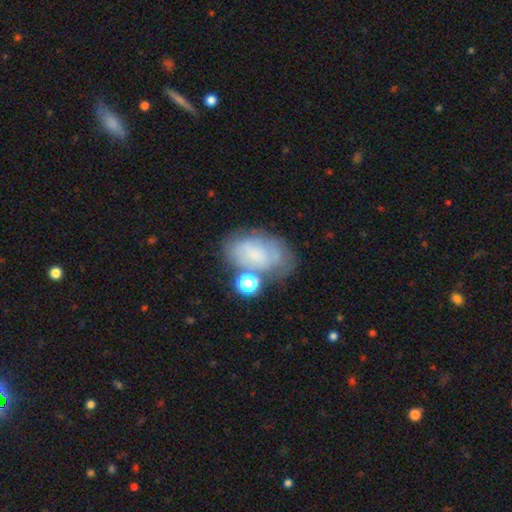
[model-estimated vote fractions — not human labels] Smooth or featured?
  - smooth: 52% *
  - featured or disk: 36%
  - star or artifact: 12%
How rounded?
  - in between: 86% *
  - round: 12%
  - cigar-shaped: 2%
Merging?
  - none: 44% *
  - minor disturbance: 24%
  - merger: 17%
  - major disturbance: 15%